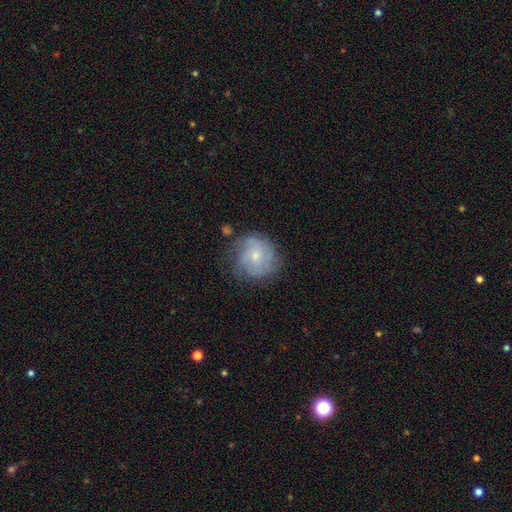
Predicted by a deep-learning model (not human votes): Smooth or featured? Predicted: featured or disk (p=0.60). Edge-on disk? Predicted: no (p=0.98). Bar? Predicted: no (p=0.67). Spiral arms? Predicted: yes (p=0.83). Bulge size? Predicted: small (p=0.66). Merging? Predicted: none (p=0.68).